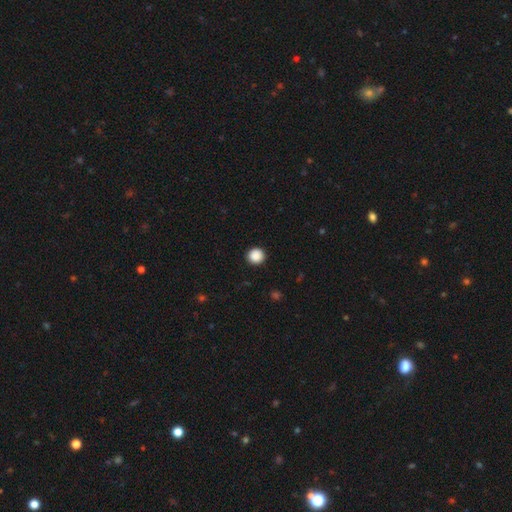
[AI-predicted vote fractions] A smooth galaxy with no disk features (89%) that is round (93%). Merging: none (92%).